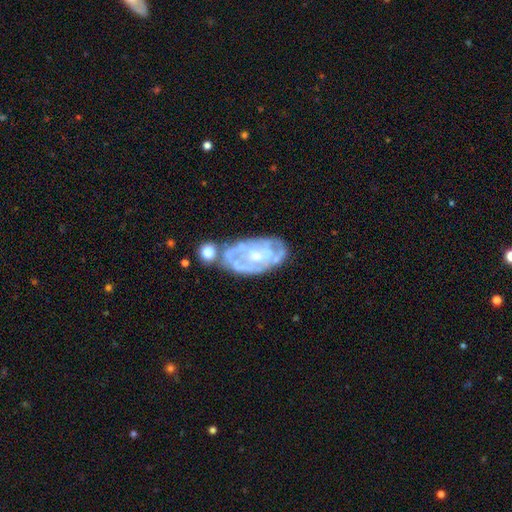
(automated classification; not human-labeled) smooth_or_featured: featured or disk (p=0.78) [alt: smooth p=0.16]
disk_edge_on: no (p=0.95) [alt: yes p=0.05]
bar: no (p=0.71) [alt: weak p=0.23]
has_spiral_arms: yes (p=0.75) [alt: no p=0.25]
spiral_winding: tight (p=0.65) [alt: medium p=0.26]
spiral_arm_count: can't tell (p=0.53) [alt: 2 p=0.20]
bulge_size: small (p=0.57) [alt: moderate p=0.36]
merging: none (p=0.51) [alt: minor disturbance p=0.22]